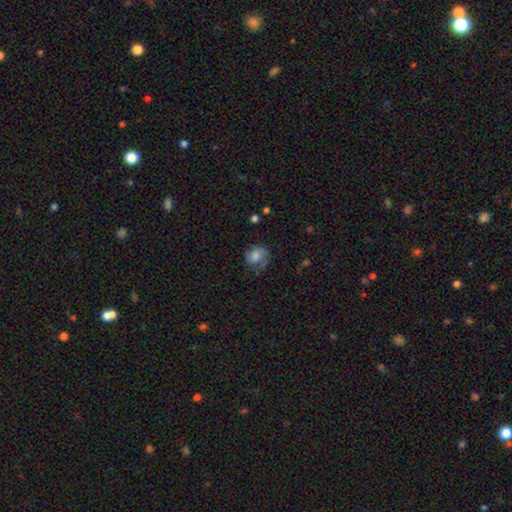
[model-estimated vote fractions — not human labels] smooth_or_featured: smooth (p=0.62) [alt: featured or disk p=0.29]
how_rounded: round (p=0.63) [alt: in between p=0.36]
merging: none (p=0.55) [alt: minor disturbance p=0.27]